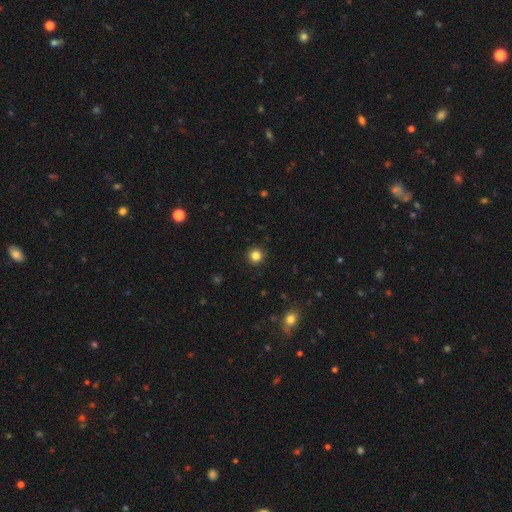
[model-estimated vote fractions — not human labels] smooth 84%, star or artifact 12%, featured or disk 4%. Down the decision tree: how rounded — round (95%); merging — none (93%).